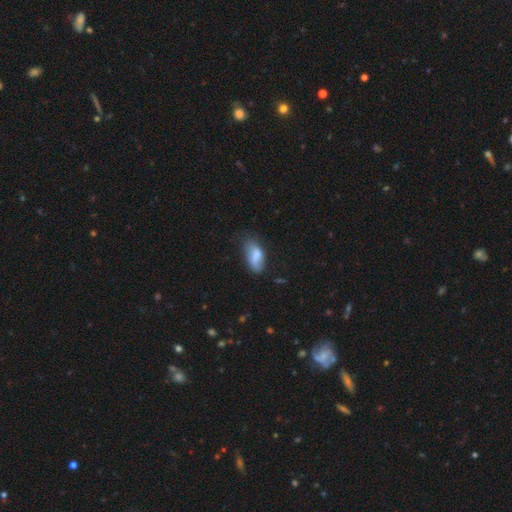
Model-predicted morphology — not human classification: smooth 73%, featured or disk 19%, star or artifact 8%. Down the decision tree: how rounded — in between (89%); merging — none (45%).